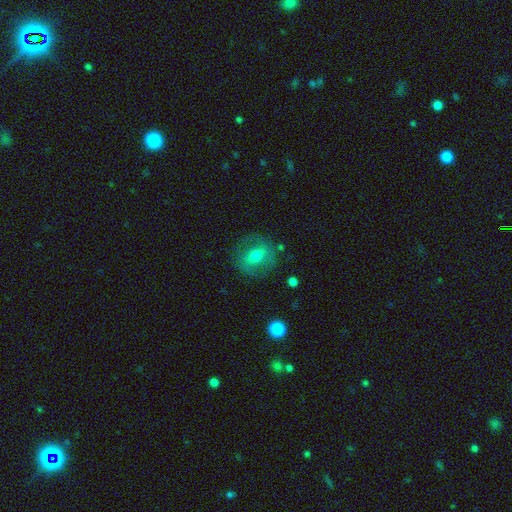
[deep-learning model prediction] A smooth galaxy with no disk features (48%).

Vote fractions:
- Smooth or featured? smooth: 48% / featured or disk: 42% / star or artifact: 9%
- Merging? none: 79% / minor disturbance: 13% / major disturbance: 6% / merger: 2%